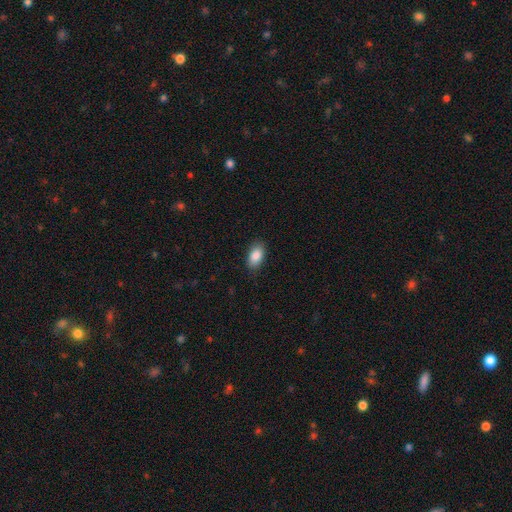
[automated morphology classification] Smooth or featured?
  - smooth: 87% *
  - star or artifact: 7%
  - featured or disk: 5%
How rounded?
  - in between: 92% *
  - round: 5%
  - cigar-shaped: 3%
Merging?
  - none: 87% *
  - minor disturbance: 10%
  - major disturbance: 2%
  - merger: 1%